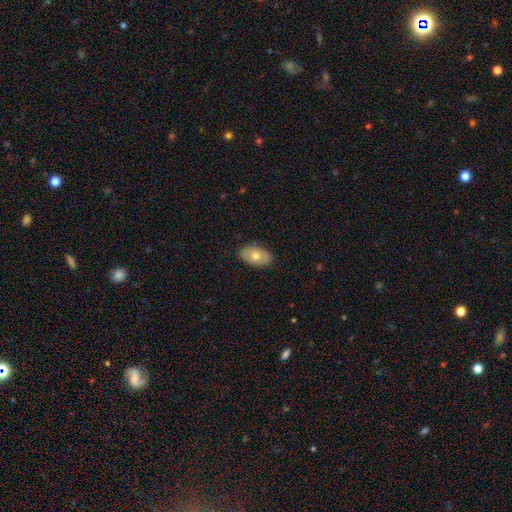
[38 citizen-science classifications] Smooth or featured? smooth (55%)
How rounded? in between (100%)
Merging? none (95%)